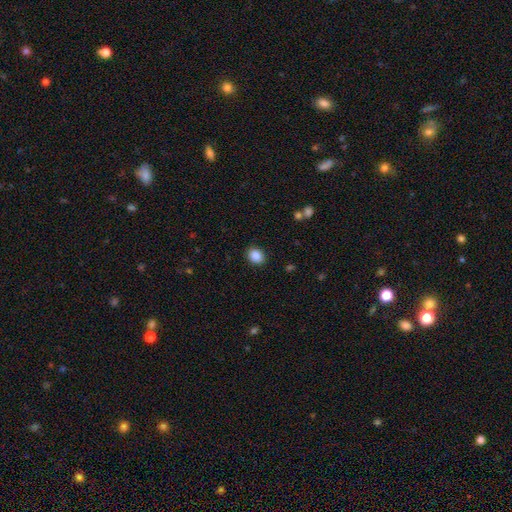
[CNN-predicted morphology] A smooth galaxy with no disk features (87%) that is in between round and cigar-shaped (51%). Merging: none (90%).